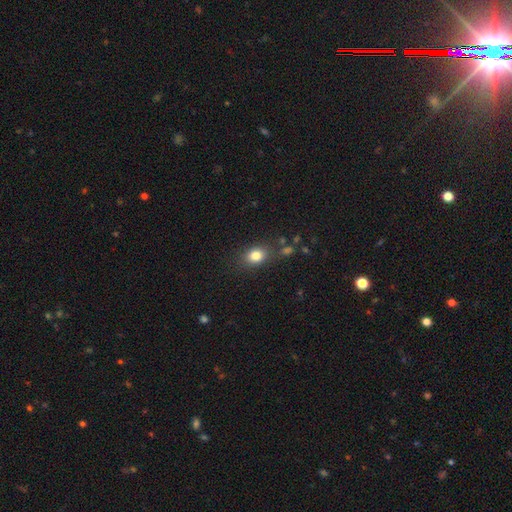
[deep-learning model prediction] smooth 82%, star or artifact 11%, featured or disk 8%. Down the decision tree: how rounded — in between (55%); merging — none (77%).